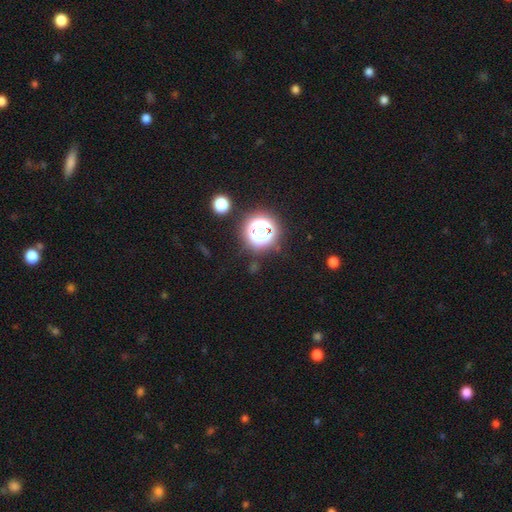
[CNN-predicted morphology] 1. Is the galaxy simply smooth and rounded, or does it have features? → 81% star or artifact, 13% smooth, 6% featured or disk.